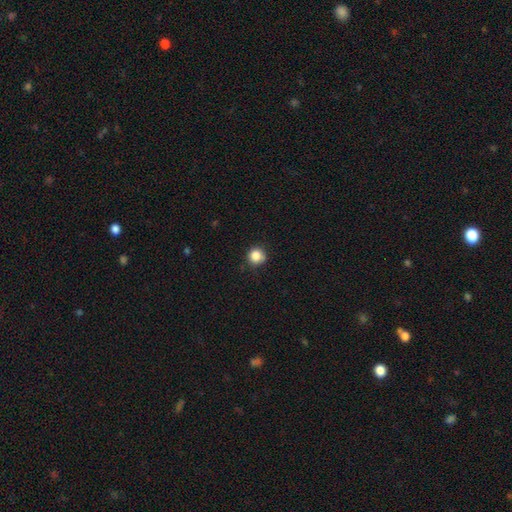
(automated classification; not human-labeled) A smooth galaxy with no disk features (85%) that is round (91%). Merging: none (82%).